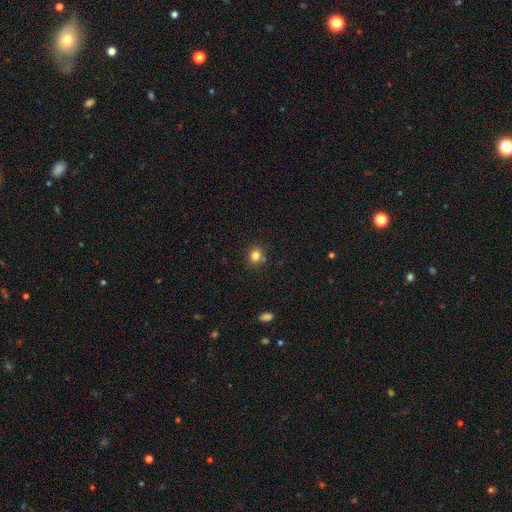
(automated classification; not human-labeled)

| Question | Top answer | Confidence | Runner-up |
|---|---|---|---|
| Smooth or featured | smooth | 81% | star or artifact (13%) |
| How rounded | round | 76% | in between (23%) |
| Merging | none | 80% | minor disturbance (11%) |